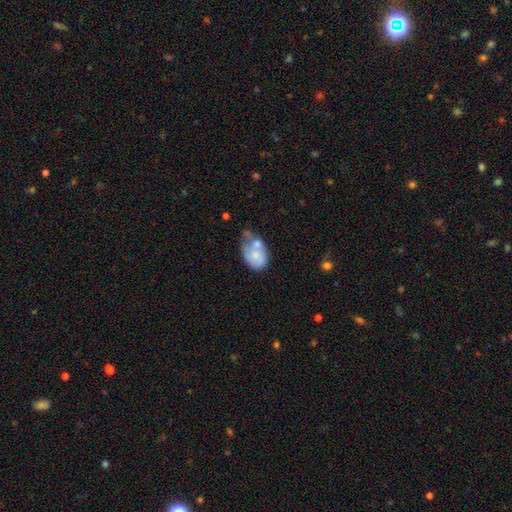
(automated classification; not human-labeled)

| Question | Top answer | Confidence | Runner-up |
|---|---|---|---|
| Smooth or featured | smooth | 59% | featured or disk (33%) |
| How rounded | in between | 82% | round (16%) |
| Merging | merger | 35% | minor disturbance (26%) |